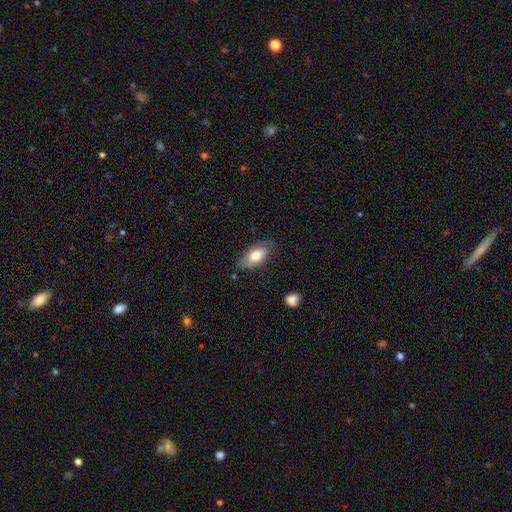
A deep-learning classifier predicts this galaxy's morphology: Smooth or featured?
  - smooth: 74% *
  - featured or disk: 19%
  - star or artifact: 6%
How rounded?
  - in between: 90% *
  - cigar-shaped: 6%
  - round: 4%
Merging?
  - none: 74% *
  - minor disturbance: 20%
  - major disturbance: 4%
  - merger: 2%